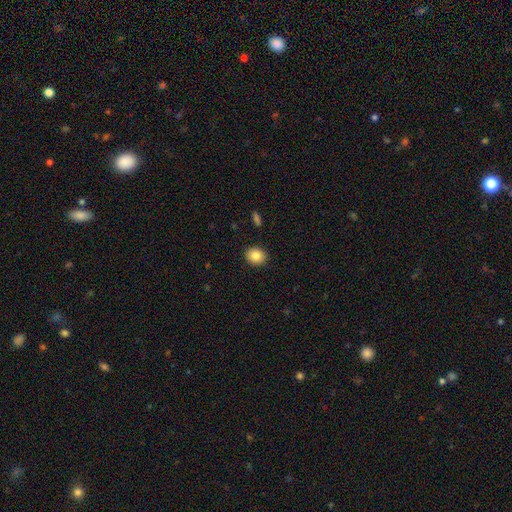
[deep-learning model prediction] Morphology: type=smooth (84%); roundness=round (76%); merging=none (91%).